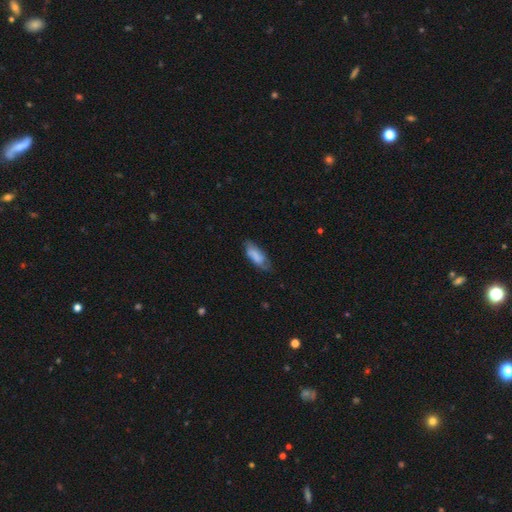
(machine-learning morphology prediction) A smooth galaxy with no disk features (70%) that is in between round and cigar-shaped (73%). Merging: none (63%).